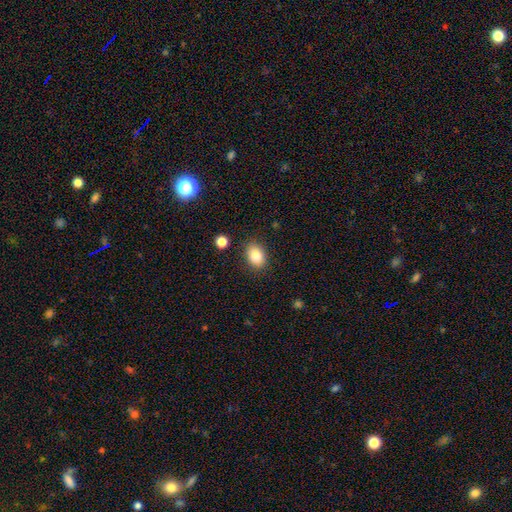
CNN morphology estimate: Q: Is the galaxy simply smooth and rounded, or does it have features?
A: smooth — 84%.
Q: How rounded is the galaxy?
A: in between — 77%.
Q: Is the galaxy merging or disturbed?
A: none — 86%.